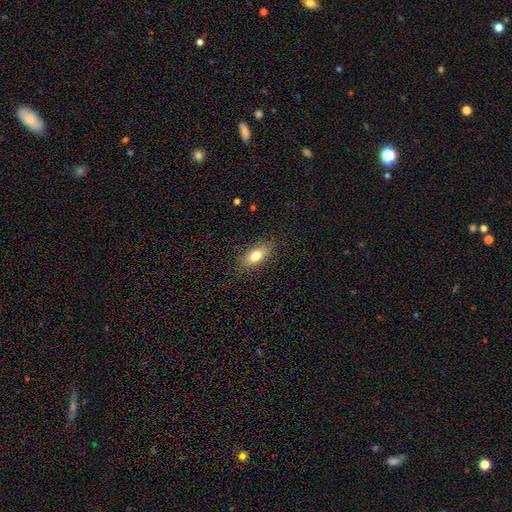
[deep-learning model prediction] This is likely a smooth galaxy (74%). How rounded: clearly in between (81%). Merging: clearly none (86%).